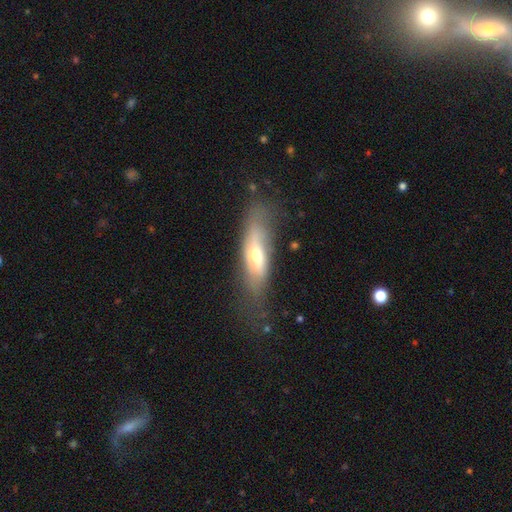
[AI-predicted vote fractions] A smooth galaxy with no disk features (49%).

Vote fractions:
- Smooth or featured? smooth: 49% / featured or disk: 44% / star or artifact: 7%
- Merging? none: 58% / minor disturbance: 25% / major disturbance: 15% / merger: 3%